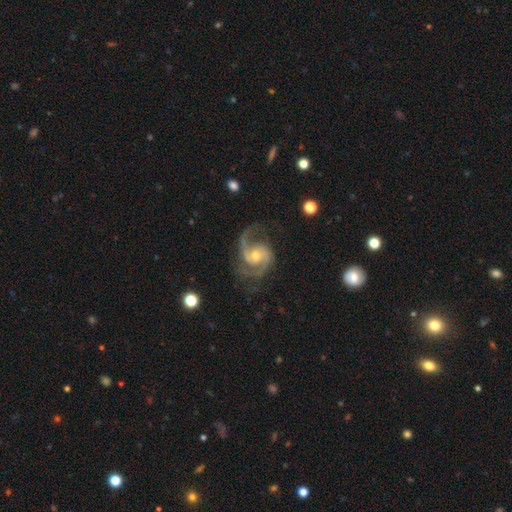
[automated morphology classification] smooth_or_featured: featured or disk (p=0.92) [alt: star or artifact p=0.05]
disk_edge_on: no (p=0.98) [alt: yes p=0.02]
bar: no (p=0.58) [alt: weak p=0.33]
has_spiral_arms: yes (p=0.98) [alt: no p=0.02]
spiral_winding: medium (p=0.59) [alt: loose p=0.22]
spiral_arm_count: 2 (p=0.84) [alt: 3 p=0.07]
bulge_size: moderate (p=0.57) [alt: small p=0.38]
merging: none (p=0.70) [alt: minor disturbance p=0.17]